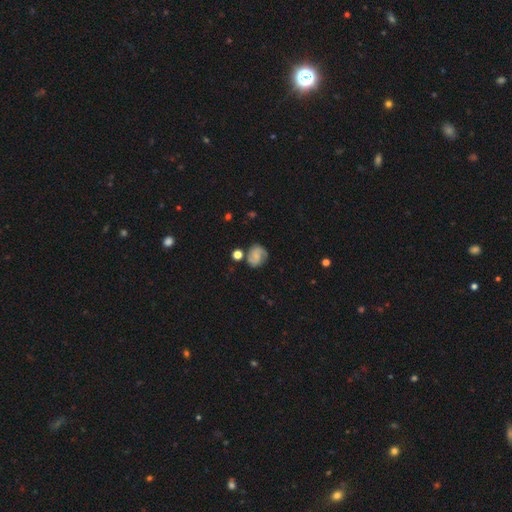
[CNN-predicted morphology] smooth_or_featured: featured or disk (p=0.61) [alt: smooth p=0.30]
disk_edge_on: no (p=0.98) [alt: yes p=0.02]
bar: no (p=0.58) [alt: weak p=0.35]
has_spiral_arms: yes (p=0.92) [alt: no p=0.08]
spiral_winding: medium (p=0.44) [alt: tight p=0.40]
spiral_arm_count: 2 (p=0.77) [alt: can't tell p=0.10]
bulge_size: small (p=0.45) [alt: none p=0.34]
merging: none (p=0.68) [alt: minor disturbance p=0.18]